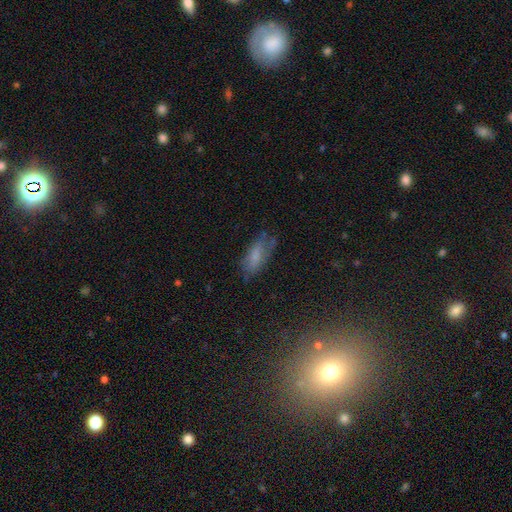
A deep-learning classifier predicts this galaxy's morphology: This appears to be a smooth galaxy with no disk features (67%) that is in between round and cigar-shaped (78%). Merging: none (62%).